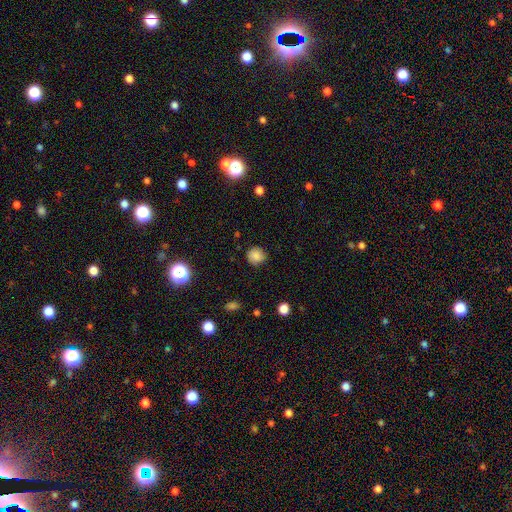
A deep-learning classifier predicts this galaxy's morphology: This appears to be a smooth galaxy with no disk features (84%) that is round (88%). Merging: none (80%).